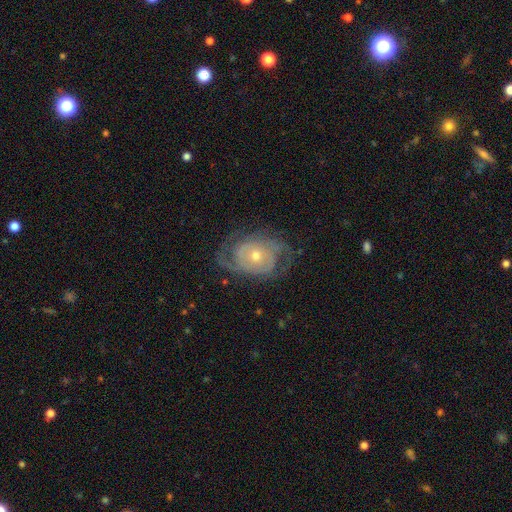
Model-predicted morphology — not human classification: Overall: featured or disk (84%). Edge-on disk: no (96%). Bar: no (78%). Spiral arms: yes (92%). Spiral arm count: 2 (47%; can't tell 24%). Spiral winding: tight (55%; medium 33%). Bulge size: moderate (51%; small 45%). Merging: none (68%).